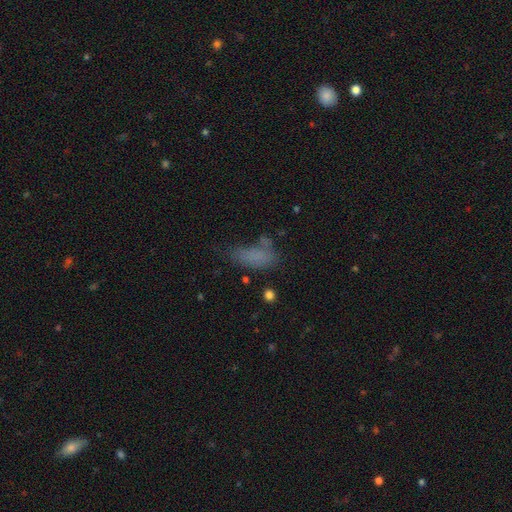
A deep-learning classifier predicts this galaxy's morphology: Overall: smooth (68%). How rounded: in between (81%). Merging: none (38%; minor disturbance 27%).